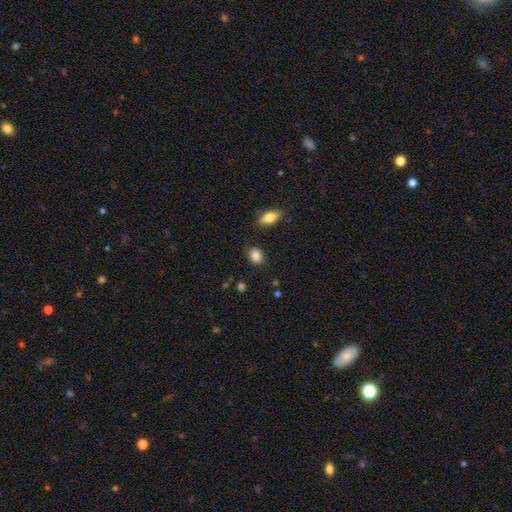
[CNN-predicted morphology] type=smooth (87%); roundness=in between (58%); merging=none (77%).